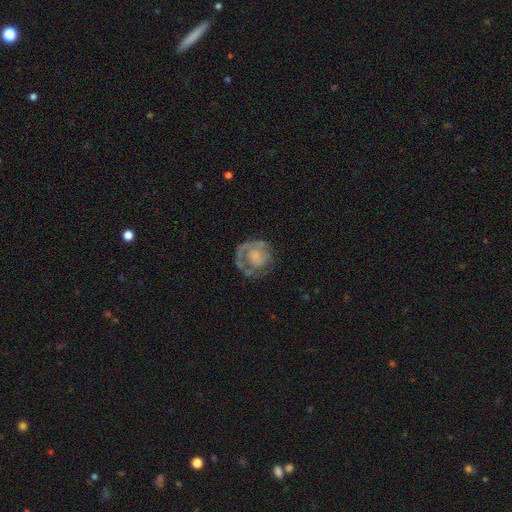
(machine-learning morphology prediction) This is possibly a featured or disk galaxy (57%). It is clearly not viewed edge-on (98%). Bar: clearly no (86%). Spiral arm pattern: possibly no (55%). Central bulge: marginally none (41%). Merging: possibly none (56%).